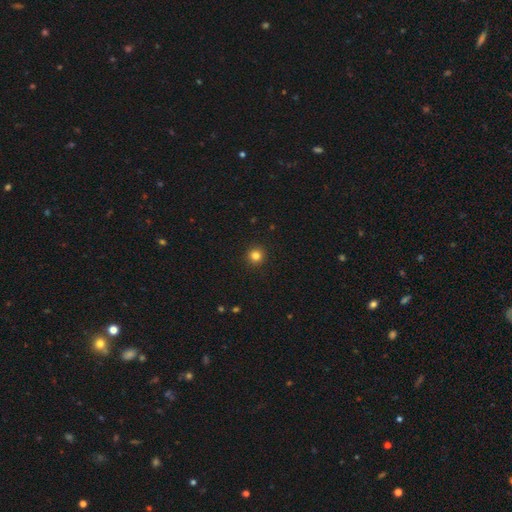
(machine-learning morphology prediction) Smooth or featured? smooth (82%)
How rounded? round (95%)
Merging? none (93%)